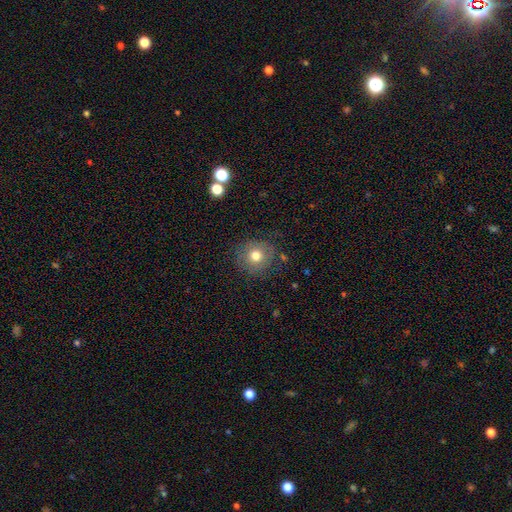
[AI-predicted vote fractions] smooth_or_featured: smooth (p=0.75) [alt: featured or disk p=0.14]
how_rounded: round (p=0.90) [alt: in between p=0.09]
merging: none (p=0.82) [alt: minor disturbance p=0.12]